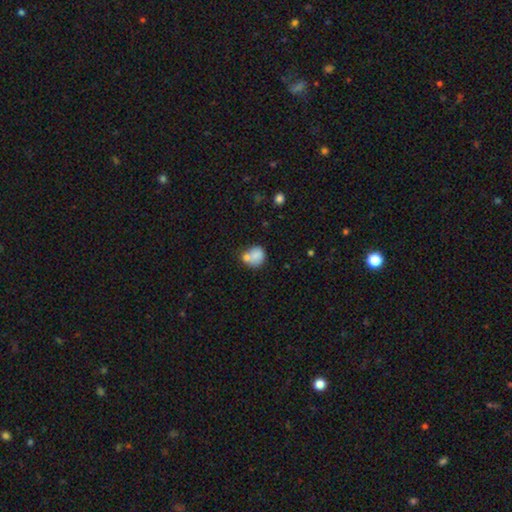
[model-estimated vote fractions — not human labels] smooth 77%, featured or disk 15%, star or artifact 9%. Down the decision tree: how rounded — round (67%); merging — merger (40%).